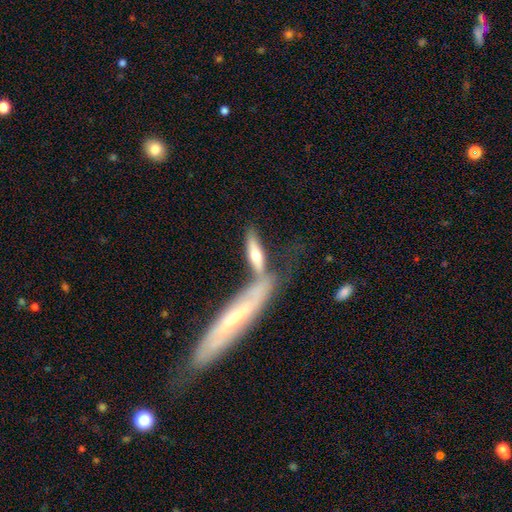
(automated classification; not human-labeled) smooth_or_featured: smooth (p=0.52) [alt: featured or disk p=0.42]
how_rounded: cigar-shaped (p=0.62) [alt: in between p=0.35]
merging: merger (p=0.42) [alt: none p=0.38]